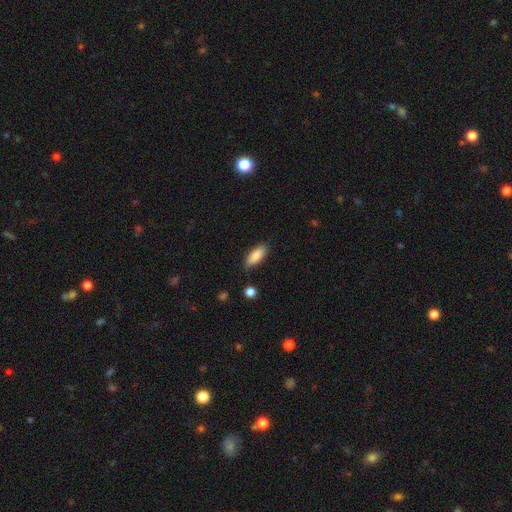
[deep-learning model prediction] Smooth or featured? smooth (86%)
How rounded? in between (77%)
Merging? none (81%)